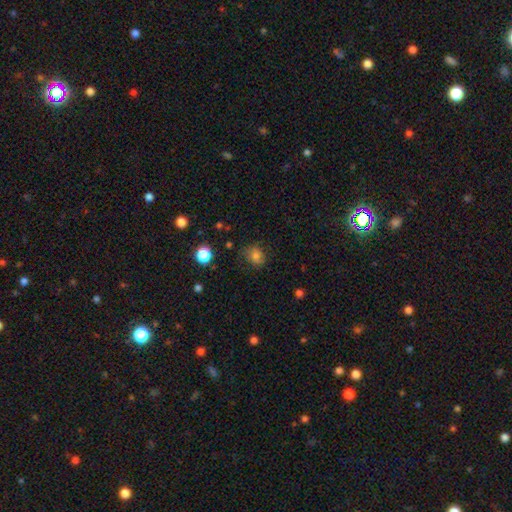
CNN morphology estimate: Q: Smooth or featured?
A: smooth (76%); runner-up: star or artifact (14%)
Q: How rounded?
A: round (60%); runner-up: in between (39%)
Q: Merging?
A: none (69%); runner-up: minor disturbance (23%)